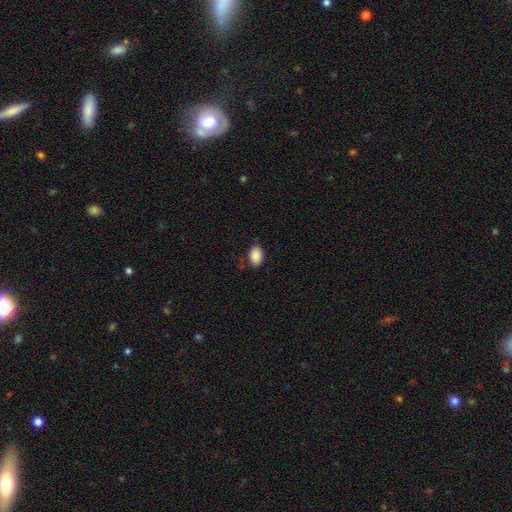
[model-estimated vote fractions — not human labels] Q: Smooth or featured?
A: smooth (89%); runner-up: star or artifact (7%)
Q: How rounded?
A: in between (85%); runner-up: round (14%)
Q: Merging?
A: none (75%); runner-up: minor disturbance (20%)